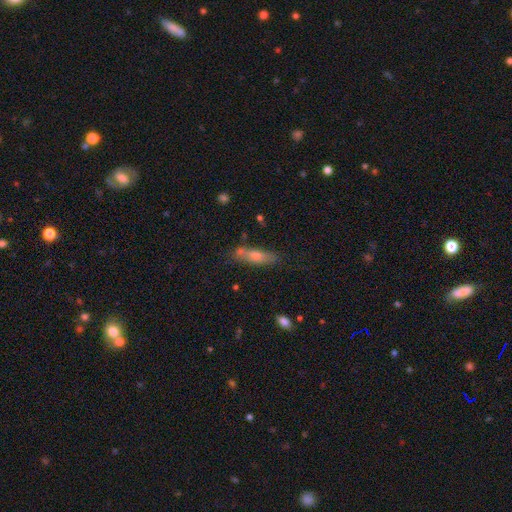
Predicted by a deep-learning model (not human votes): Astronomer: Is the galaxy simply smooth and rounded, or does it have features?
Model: smooth — 55% (runner-up: featured or disk, 36%).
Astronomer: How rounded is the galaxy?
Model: cigar-shaped — 67%.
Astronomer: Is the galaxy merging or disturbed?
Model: none — 68%.